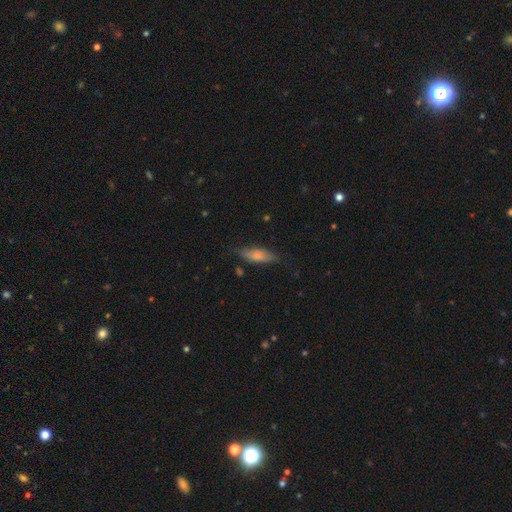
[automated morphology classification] Smooth or featured? smooth (69%)
How rounded? cigar-shaped (56%)
Merging? none (78%)